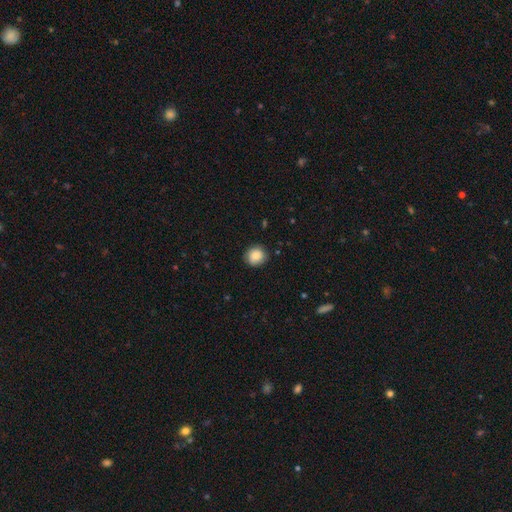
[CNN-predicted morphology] The model was most divided on "how rounded": round: 87%, in between: 12%, cigar-shaped: 1%. More confident: merging — none (87%); smooth or featured — smooth (86%).